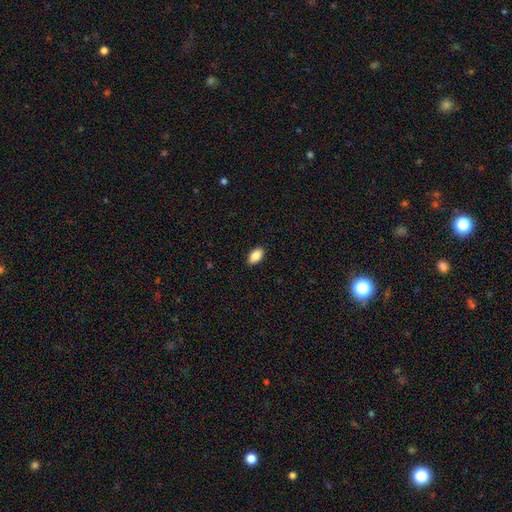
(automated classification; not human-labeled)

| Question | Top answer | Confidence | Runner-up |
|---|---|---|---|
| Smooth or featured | smooth | 88% | star or artifact (7%) |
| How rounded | in between | 93% | round (5%) |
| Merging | none | 90% | minor disturbance (7%) |